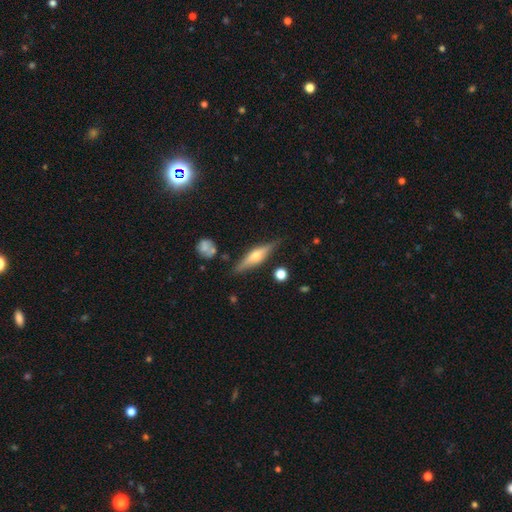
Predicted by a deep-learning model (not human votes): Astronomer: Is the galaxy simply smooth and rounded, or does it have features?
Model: featured or disk — 64%.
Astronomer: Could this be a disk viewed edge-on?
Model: yes — 95%.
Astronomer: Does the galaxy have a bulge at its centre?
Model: rounded — 88%.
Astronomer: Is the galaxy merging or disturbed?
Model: none — 83%.